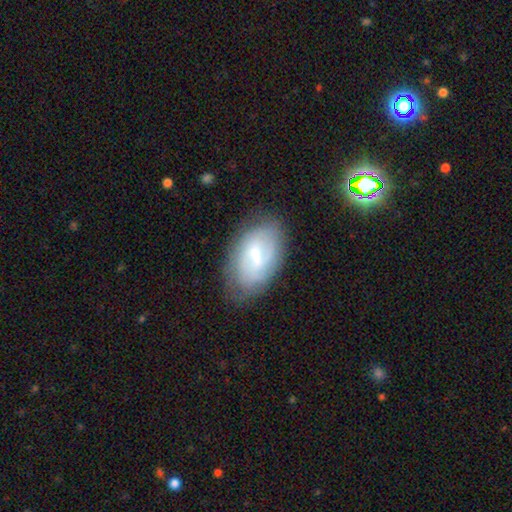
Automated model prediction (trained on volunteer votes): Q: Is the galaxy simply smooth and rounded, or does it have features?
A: featured or disk — 51%.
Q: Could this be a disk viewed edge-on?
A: no — 93%.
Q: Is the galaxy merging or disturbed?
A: none — 71%.